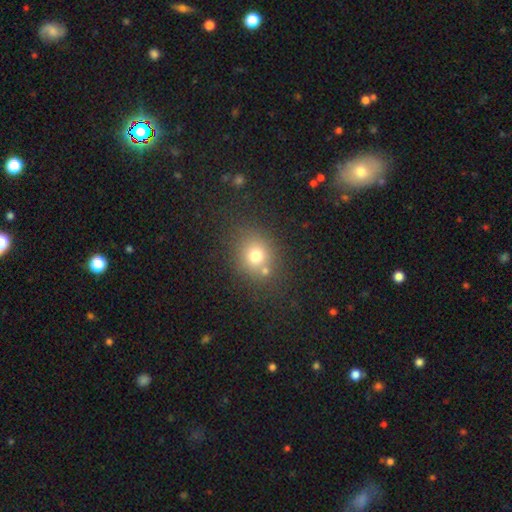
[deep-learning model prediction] The model was most divided on "how rounded": round: 70%, in between: 29%, cigar-shaped: 1%. More confident: smooth or featured — smooth (73%); merging — none (67%).